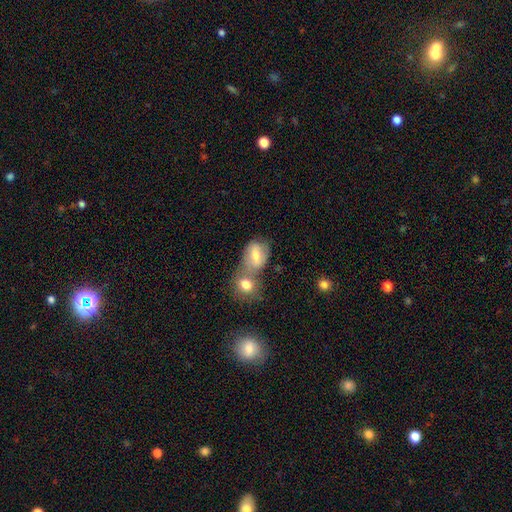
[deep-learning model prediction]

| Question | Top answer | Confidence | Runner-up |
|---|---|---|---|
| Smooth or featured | smooth | 65% | featured or disk (27%) |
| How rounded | in between | 71% | round (26%) |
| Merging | merger | 56% | none (27%) |